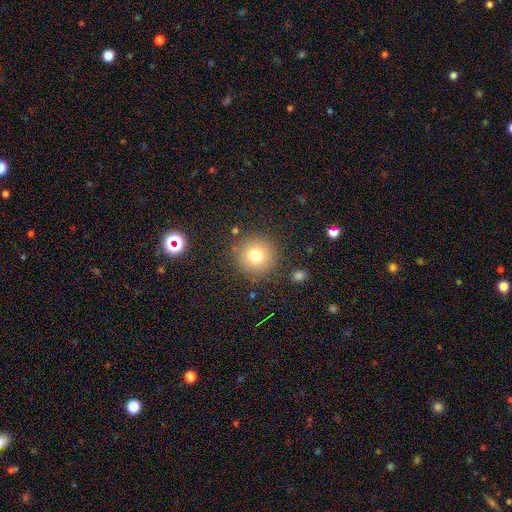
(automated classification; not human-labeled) Morphology: type=smooth (76%); roundness=round (95%); merging=none (87%).